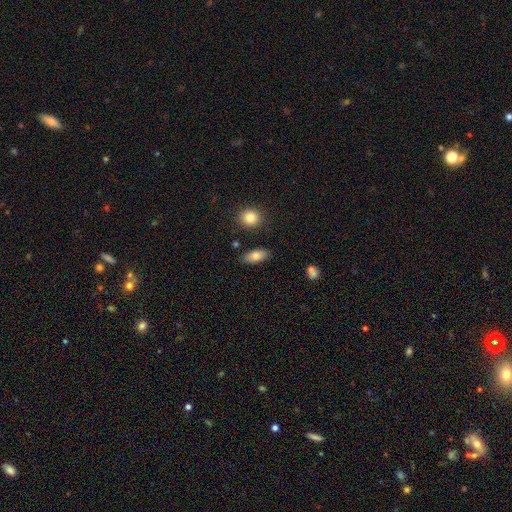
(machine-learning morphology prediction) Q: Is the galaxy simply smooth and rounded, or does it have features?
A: smooth — 78%.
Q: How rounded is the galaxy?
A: in between — 85%.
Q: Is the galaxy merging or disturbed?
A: none — 83%.